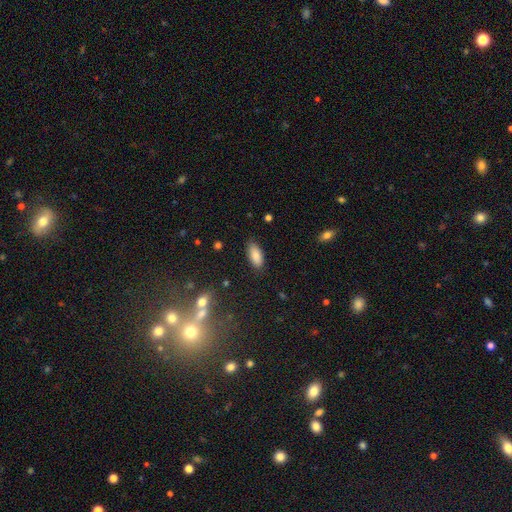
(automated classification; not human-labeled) A smooth galaxy with no disk features (85%) that is in between round and cigar-shaped (88%).

Vote fractions:
- Smooth or featured? smooth: 85% / star or artifact: 8% / featured or disk: 7%
- How rounded? in between: 88% / cigar-shaped: 10% / round: 2%
- Merging? none: 84% / minor disturbance: 12% / major disturbance: 3% / merger: 2%